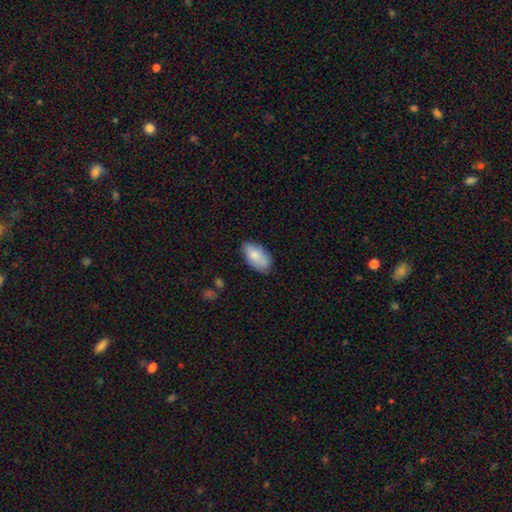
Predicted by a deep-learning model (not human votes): This is clearly a smooth galaxy (82%). How rounded: clearly in between (94%). Merging: likely none (78%).